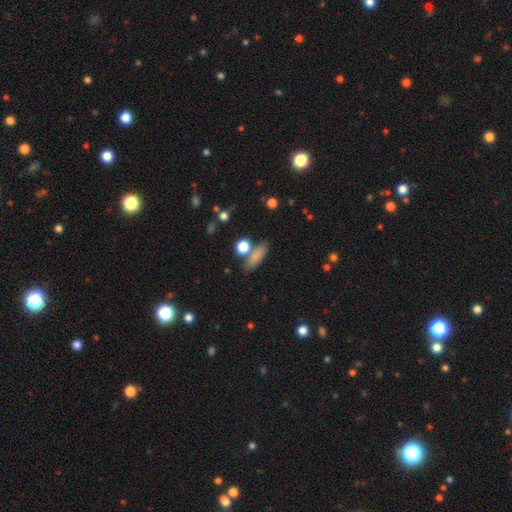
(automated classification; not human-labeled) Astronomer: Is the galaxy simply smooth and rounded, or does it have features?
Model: smooth — 80%.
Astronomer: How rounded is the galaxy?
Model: cigar-shaped — 47% (runner-up: in between, 45%).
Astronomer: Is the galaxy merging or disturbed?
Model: none — 70%.